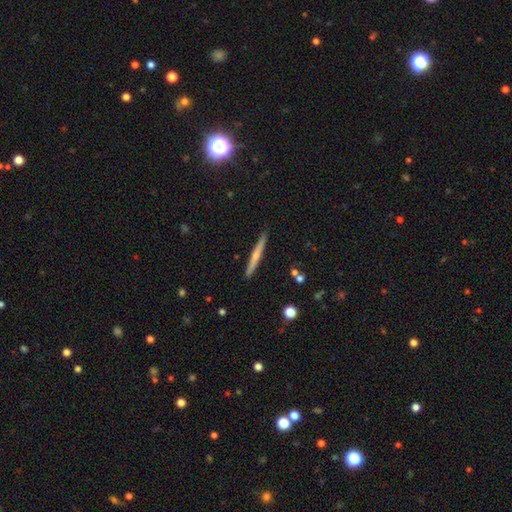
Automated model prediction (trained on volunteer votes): smooth-or-featured: featured or disk: 49% | smooth: 45% | star or artifact: 6%
  merging: none: 89% | minor disturbance: 8% | merger: 2% | major disturbance: 1%